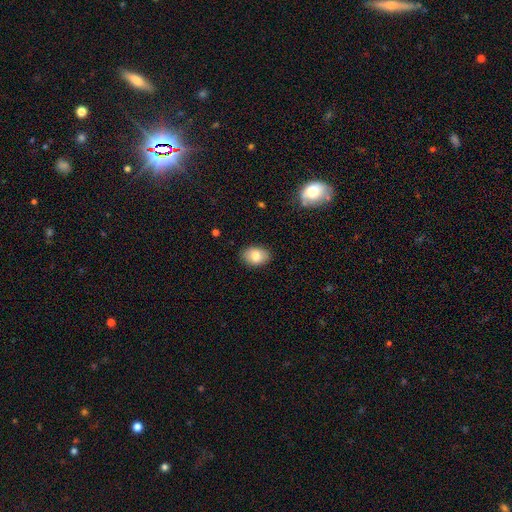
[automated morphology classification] This appears to be a smooth galaxy with no disk features (80%) that is in between round and cigar-shaped (79%). Merging: none (87%).